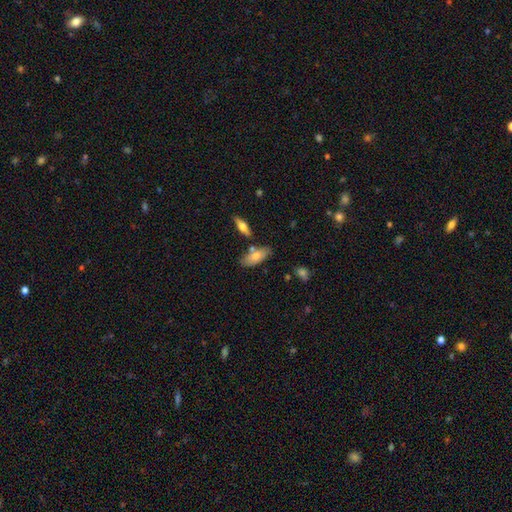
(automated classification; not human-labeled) Smooth or featured: smooth — 70% (featured or disk — 23%)
How rounded: in between — 81% (cigar-shaped — 17%)
Merging: none — 69% (minor disturbance — 16%)